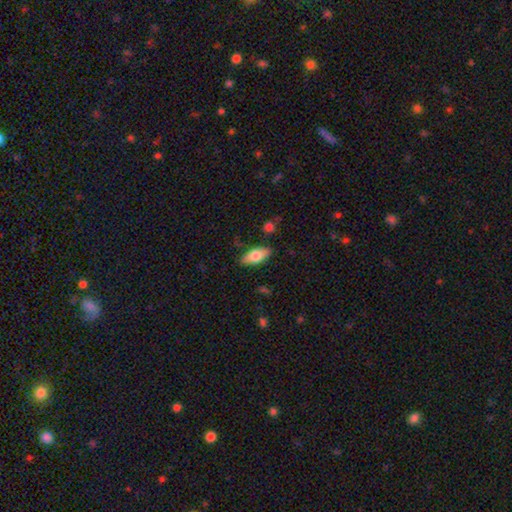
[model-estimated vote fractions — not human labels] Morphology: type=smooth (73%); roundness=in between (85%); merging=none (84%).